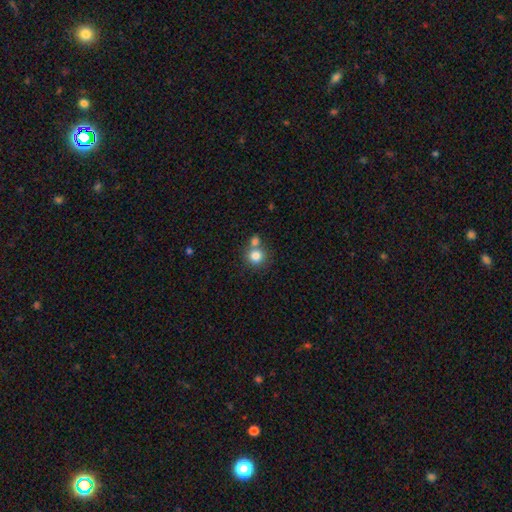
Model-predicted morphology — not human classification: The model was most divided on "merging": none: 55%, merger: 34%, minor disturbance: 8%, major disturbance: 3%. More confident: how rounded — round (88%); smooth or featured — smooth (81%).